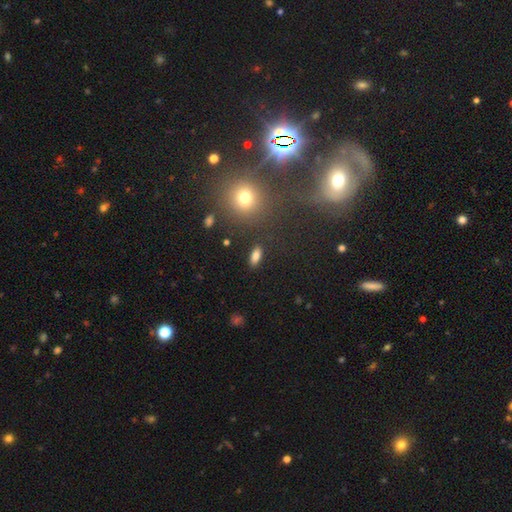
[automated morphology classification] A smooth galaxy with no disk features (82%) that is in between round and cigar-shaped (82%). Merging: none (87%).